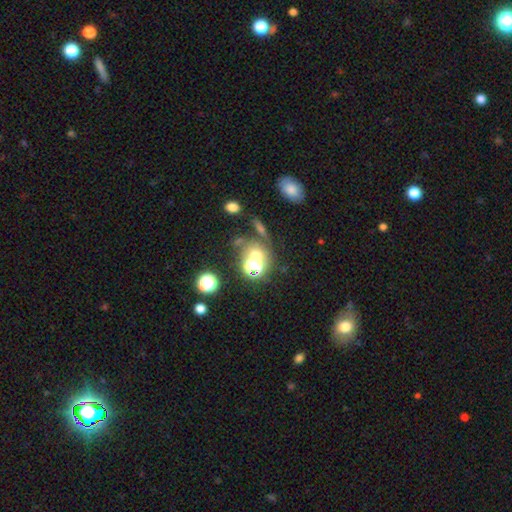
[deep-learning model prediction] smooth_or_featured: smooth (p=0.48) [alt: star or artifact p=0.38]
merging: none (p=0.54) [alt: merger p=0.27]